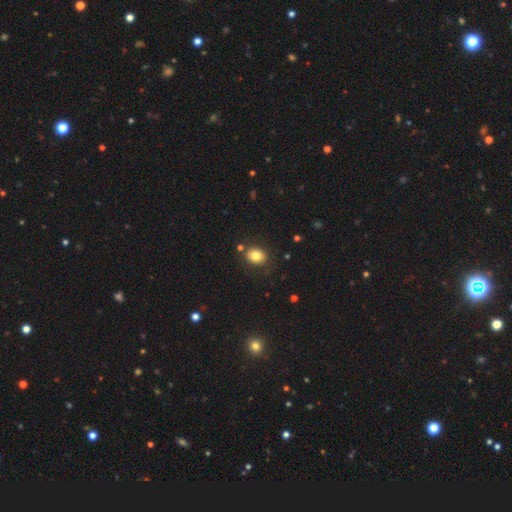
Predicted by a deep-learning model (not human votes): A smooth galaxy with no disk features (80%) that is round (53%). Merging: none (82%).